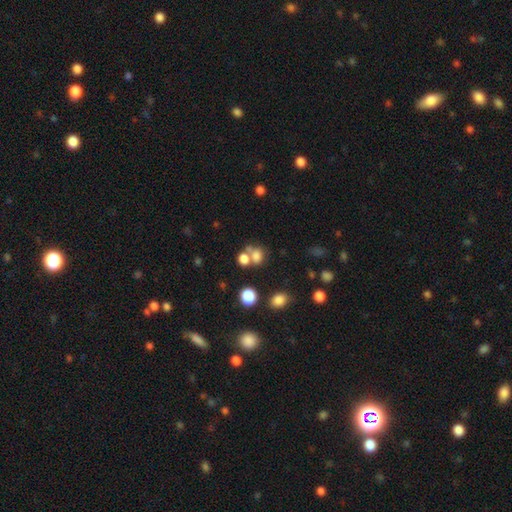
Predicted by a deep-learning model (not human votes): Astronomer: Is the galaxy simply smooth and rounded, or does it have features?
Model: smooth — 73%.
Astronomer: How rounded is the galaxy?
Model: round — 52% (runner-up: in between, 47%).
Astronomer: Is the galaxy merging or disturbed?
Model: merger — 47% (runner-up: none, 37%).